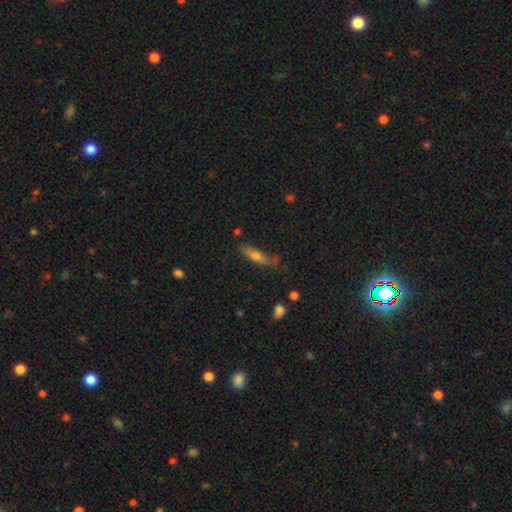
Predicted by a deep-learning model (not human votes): Overall: smooth (64%; featured or disk 28%). How rounded: cigar-shaped (67%; in between 31%). Merging: none (62%; minor disturbance 25%).